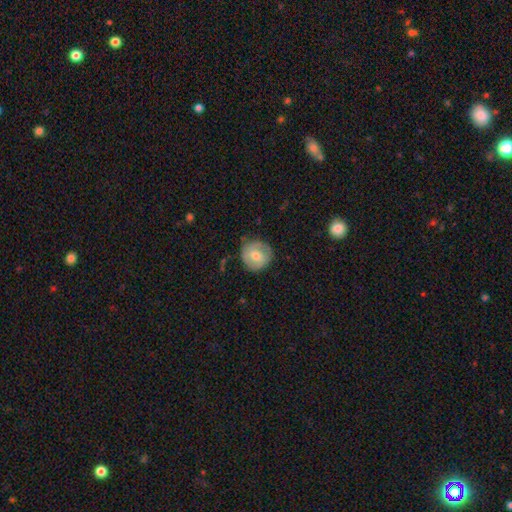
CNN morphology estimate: Q: Smooth or featured?
A: smooth (63%); runner-up: featured or disk (30%)
Q: How rounded?
A: round (90%); runner-up: in between (9%)
Q: Merging?
A: none (77%); runner-up: minor disturbance (18%)